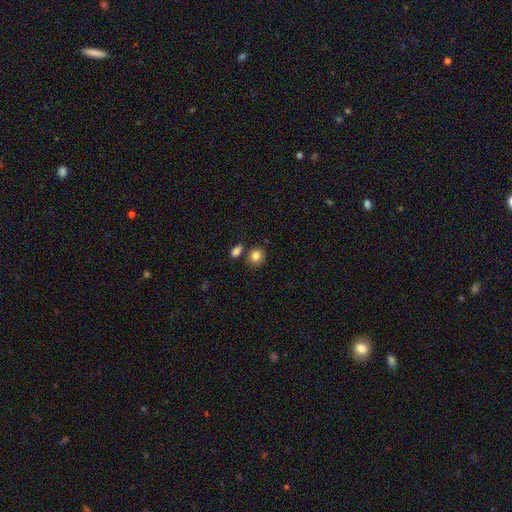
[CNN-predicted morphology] The model was most divided on "how rounded": round: 72%, in between: 27%, cigar-shaped: 1%. More confident: smooth or featured — smooth (85%); merging — none (71%).